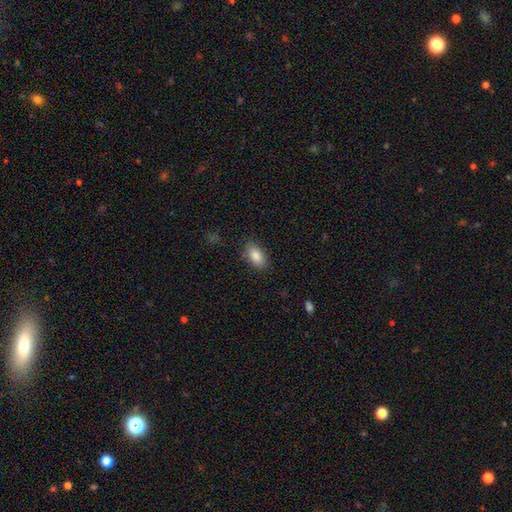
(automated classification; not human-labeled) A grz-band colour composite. It shows a smooth galaxy with no disk features (87%) that is in between round and cigar-shaped (92%). Merging: none (84%).